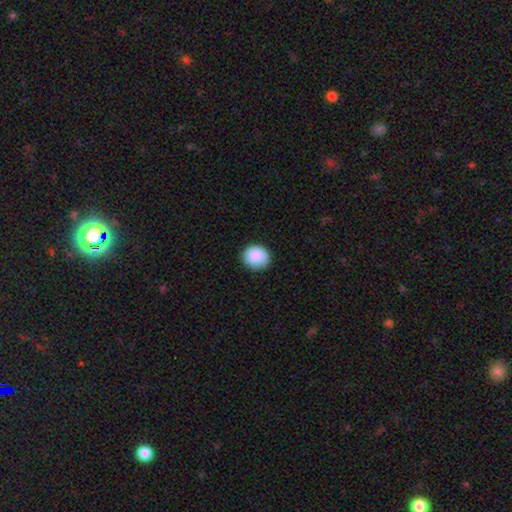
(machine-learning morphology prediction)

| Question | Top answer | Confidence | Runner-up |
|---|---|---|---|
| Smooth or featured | smooth | 88% | star or artifact (8%) |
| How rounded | round | 79% | in between (21%) |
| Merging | none | 85% | minor disturbance (11%) |